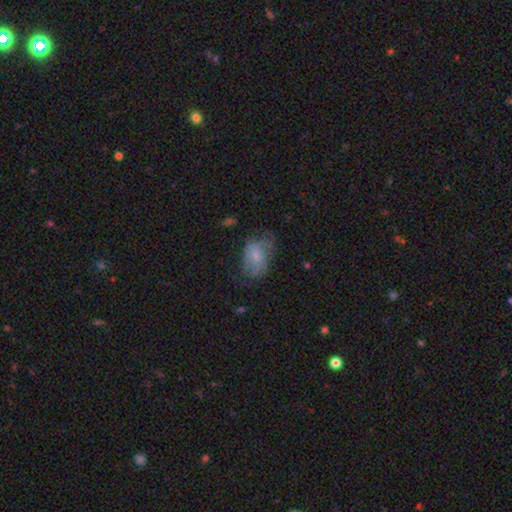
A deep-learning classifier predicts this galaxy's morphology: The model was most divided on "smooth or featured": smooth: 52%, featured or disk: 39%, star or artifact: 9%. Remaining: how rounded — in between (83%); merging — none (47%).